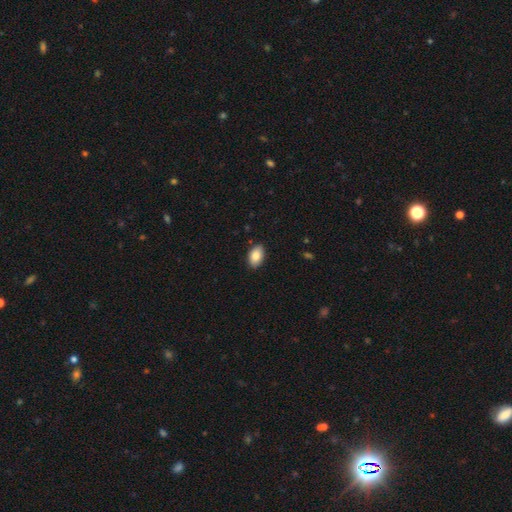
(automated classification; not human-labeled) Q: Smooth or featured?
A: smooth (86%); runner-up: featured or disk (7%)
Q: How rounded?
A: in between (91%); runner-up: round (7%)
Q: Merging?
A: none (88%); runner-up: minor disturbance (9%)